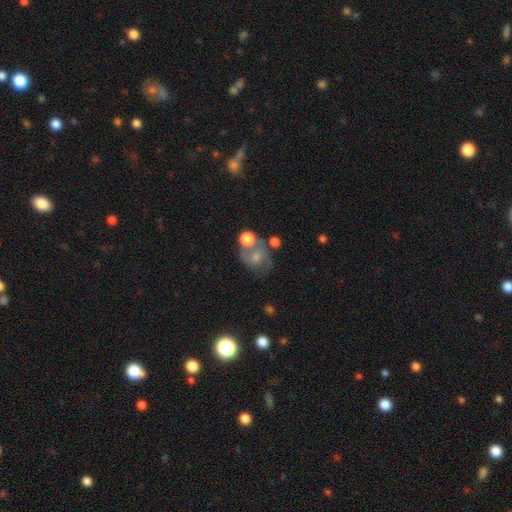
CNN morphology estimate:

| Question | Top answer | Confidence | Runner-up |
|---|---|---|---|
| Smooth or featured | smooth | 49% | featured or disk (39%) |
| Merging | none | 40% | merger (28%) |